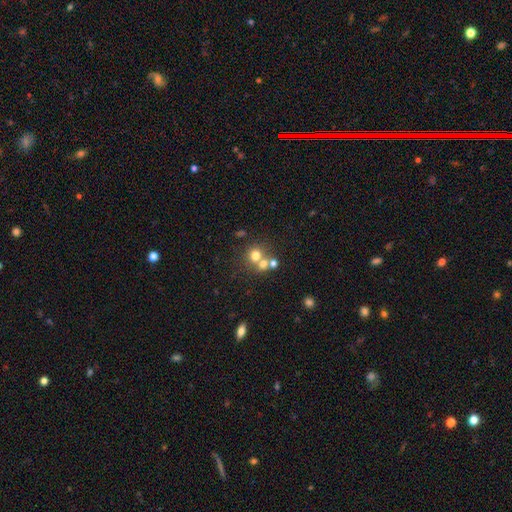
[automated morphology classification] A smooth galaxy with no disk features (68%) that is round (84%). Merging: merger (45%, tied with none).